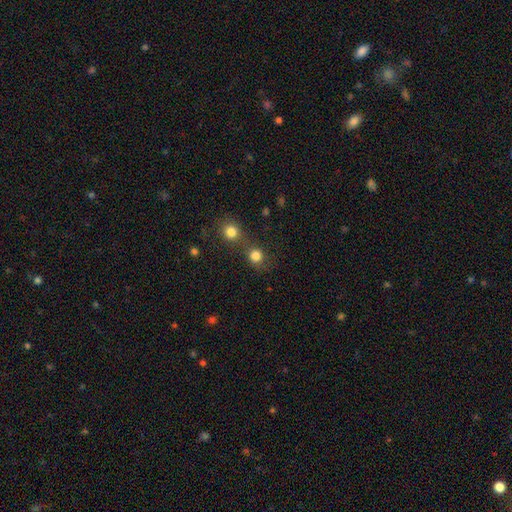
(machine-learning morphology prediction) This appears to be a smooth galaxy with no disk features (82%) that is round (89%). Merging: none (55%).